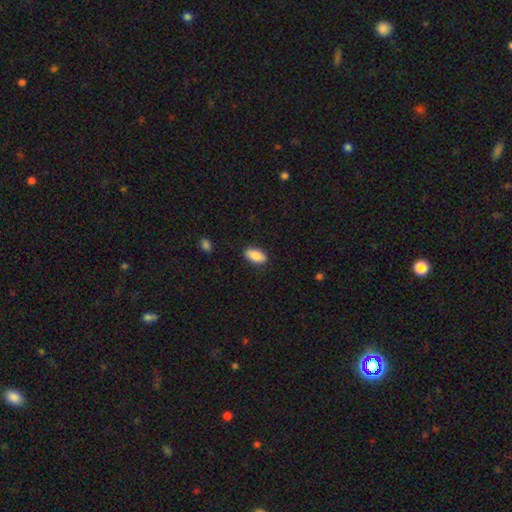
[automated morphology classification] type=smooth (88%); roundness=in between (93%); merging=none (87%).